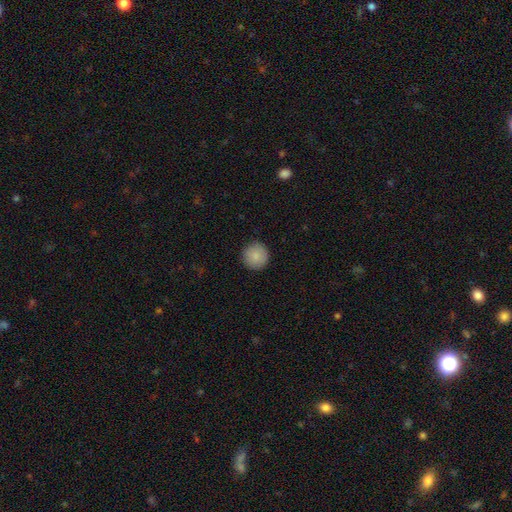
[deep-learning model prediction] Q: Smooth or featured?
A: smooth (87%); runner-up: star or artifact (8%)
Q: How rounded?
A: round (95%); runner-up: in between (4%)
Q: Merging?
A: none (90%); runner-up: minor disturbance (7%)